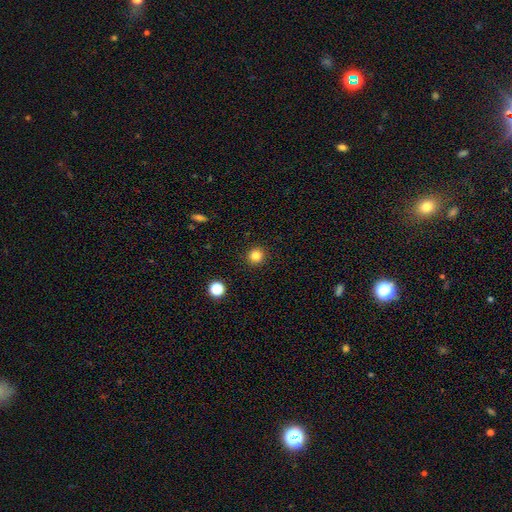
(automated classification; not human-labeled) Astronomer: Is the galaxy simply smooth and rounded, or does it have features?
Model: smooth — 83%.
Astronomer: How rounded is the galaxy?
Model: round — 93%.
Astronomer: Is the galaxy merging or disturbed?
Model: none — 92%.